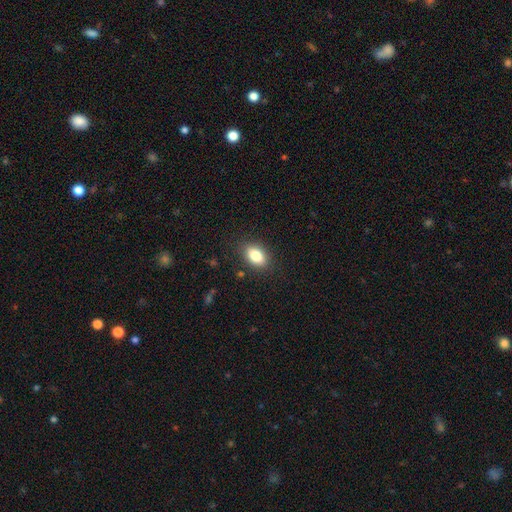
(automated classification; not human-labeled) Overall: smooth (83%). How rounded: in between (85%). Merging: none (87%).